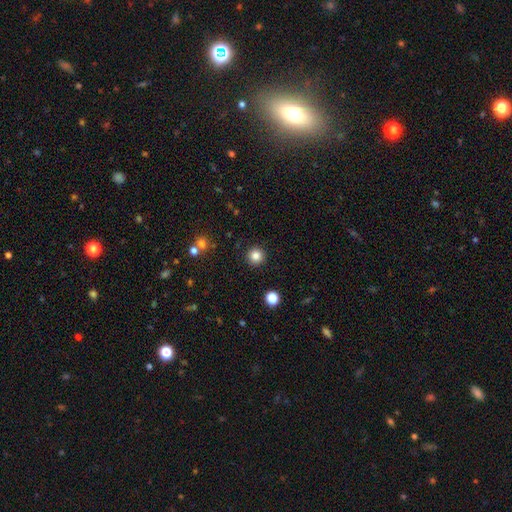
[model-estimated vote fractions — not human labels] Smooth or featured? smooth (84%)
How rounded? round (95%)
Merging? none (91%)